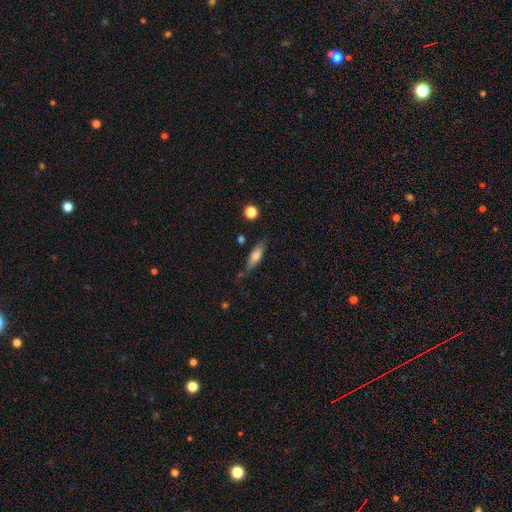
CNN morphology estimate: Smooth or featured: smooth — 64% (featured or disk — 29%)
How rounded: cigar-shaped — 51% (in between — 46%)
Merging: none — 67% (minor disturbance — 22%)